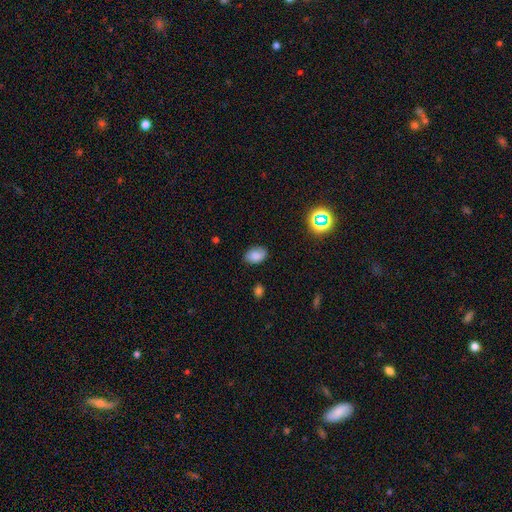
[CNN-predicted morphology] type=smooth (78%); roundness=in between (83%); merging=none (77%).